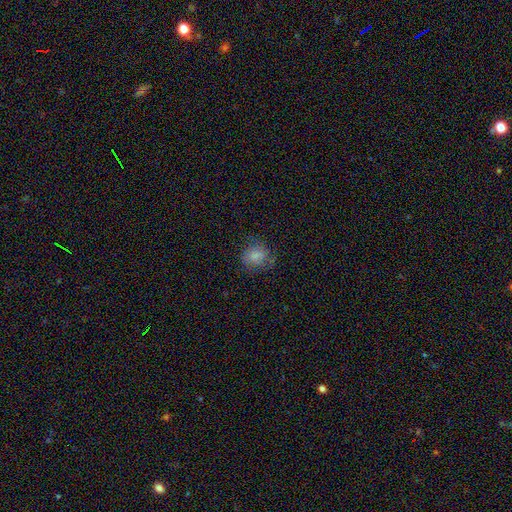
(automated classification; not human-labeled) Morphology: type=smooth (69%); roundness=round (67%); merging=none (64%).